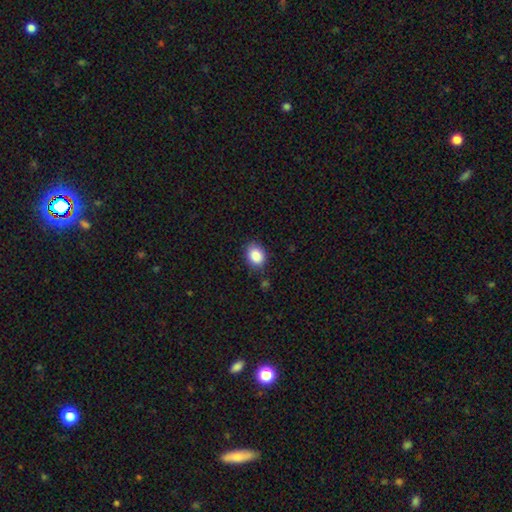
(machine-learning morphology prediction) smooth_or_featured: smooth (p=0.86) [alt: star or artifact p=0.09]
how_rounded: in between (p=0.60) [alt: round p=0.39]
merging: none (p=0.81) [alt: minor disturbance p=0.14]